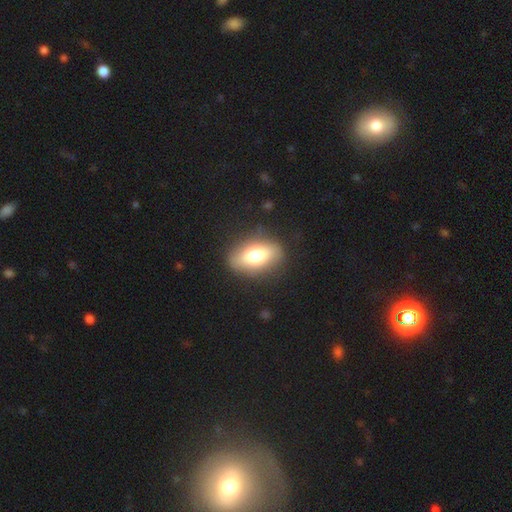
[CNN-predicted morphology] This is likely a smooth galaxy (68%). How rounded: clearly in between (81%). Merging: clearly none (83%).